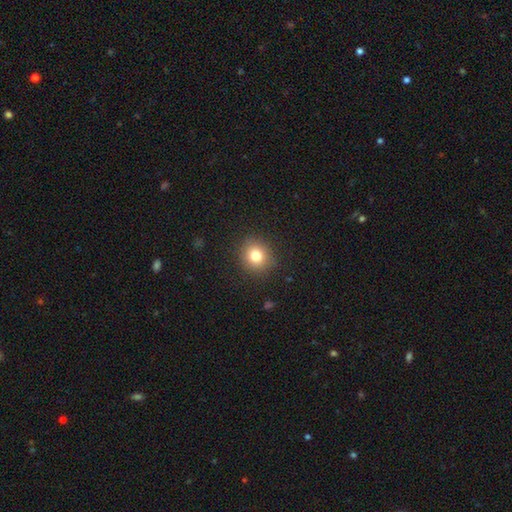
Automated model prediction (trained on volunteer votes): Morphology: type=smooth (80%); roundness=round (84%); merging=none (89%).